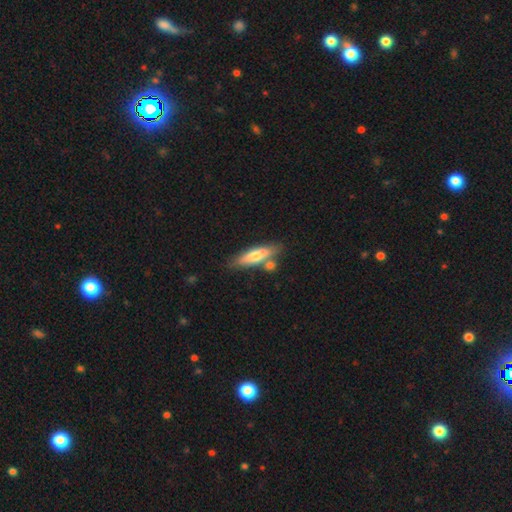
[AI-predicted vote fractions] The model was most divided on "smooth or featured": smooth: 60%, featured or disk: 34%, star or artifact: 6%. More confident: how rounded — cigar-shaped (65%); merging — none (64%).